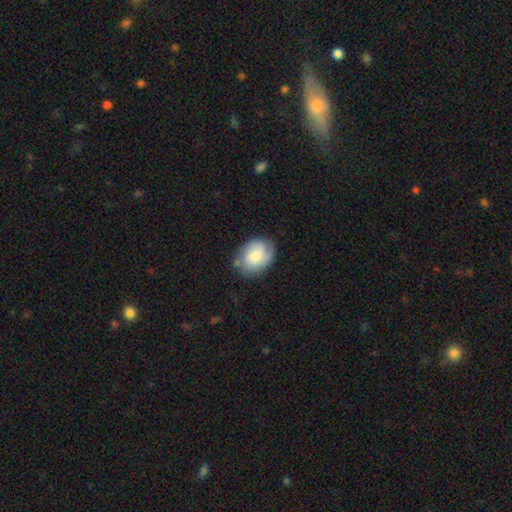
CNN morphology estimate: Smooth or featured?
  - smooth: 64% *
  - featured or disk: 29%
  - star or artifact: 7%
How rounded?
  - in between: 68% *
  - round: 31%
  - cigar-shaped: 1%
Merging?
  - none: 68% *
  - minor disturbance: 22%
  - major disturbance: 6%
  - merger: 3%